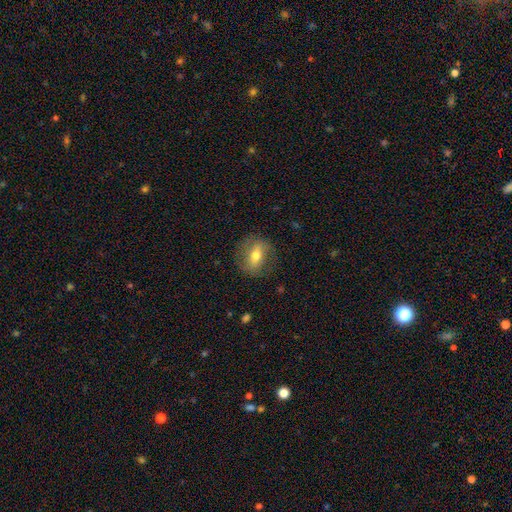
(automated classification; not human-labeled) A smooth galaxy with no disk features (53%) that is in between round and cigar-shaped (57%). Merging: none (79%).